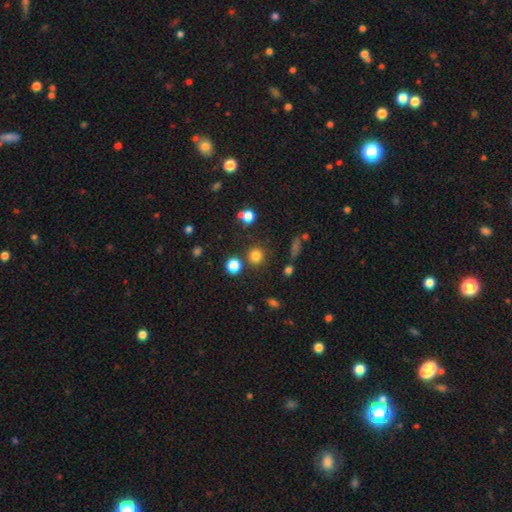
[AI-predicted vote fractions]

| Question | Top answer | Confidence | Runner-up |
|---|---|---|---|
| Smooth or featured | smooth | 77% | star or artifact (16%) |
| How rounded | round | 91% | in between (8%) |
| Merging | none | 80% | minor disturbance (8%) |